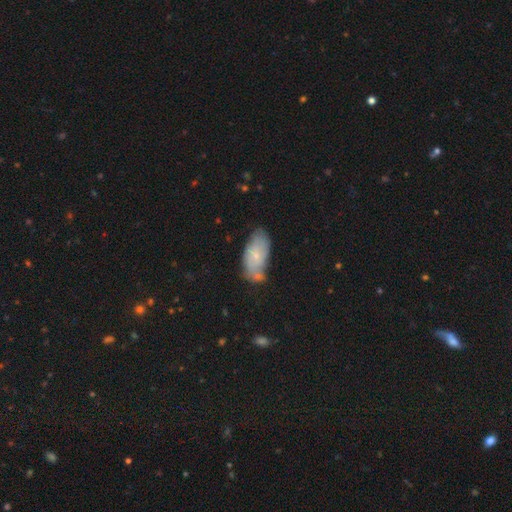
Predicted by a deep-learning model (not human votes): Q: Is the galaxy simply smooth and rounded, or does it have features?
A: smooth — 57%.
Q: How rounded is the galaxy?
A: in between — 90%.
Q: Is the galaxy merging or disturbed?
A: none — 49%.